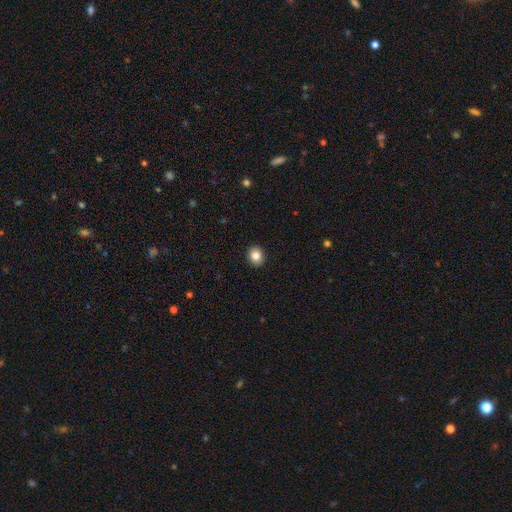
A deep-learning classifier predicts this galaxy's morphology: Smooth or featured: smooth — 84% (star or artifact — 9%)
How rounded: round — 63% (in between — 36%)
Merging: none — 92% (minor disturbance — 6%)